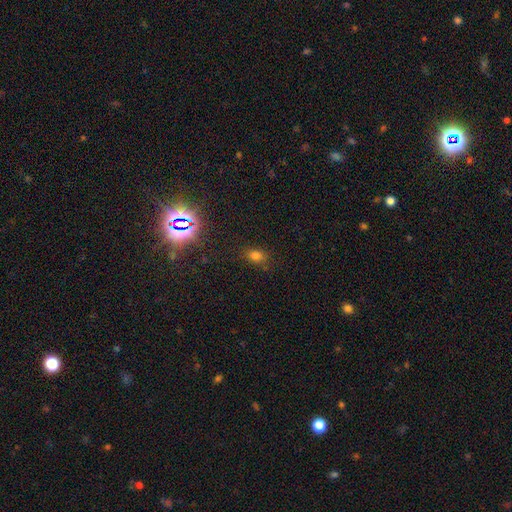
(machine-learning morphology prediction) smooth-or-featured: smooth: 70% | star or artifact: 24% | featured or disk: 6%
  how-rounded: in between: 69% | round: 29% | cigar-shaped: 2%
  merging: none: 78% | minor disturbance: 15% | major disturbance: 5% | merger: 2%